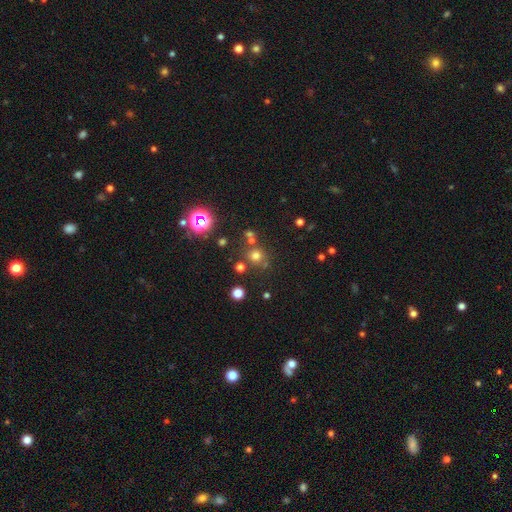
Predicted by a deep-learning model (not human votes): Morphology: type=smooth (63%); roundness=round (91%); merging=none (73%).